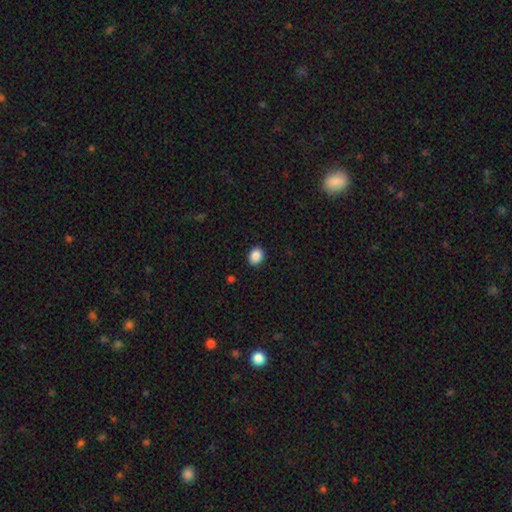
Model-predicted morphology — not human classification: type=smooth (88%); roundness=in between (51%); merging=none (90%).